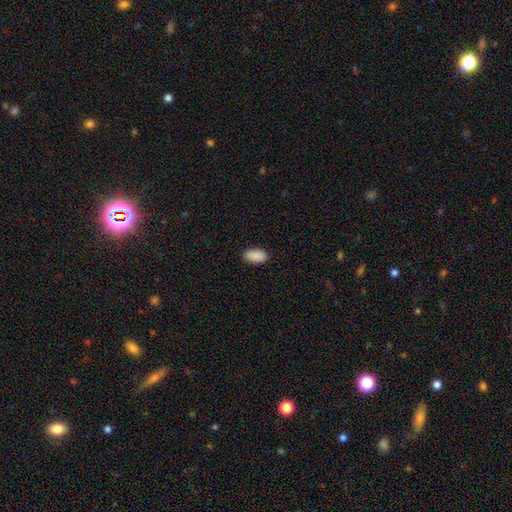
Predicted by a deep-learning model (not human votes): smooth 90%, star or artifact 7%, featured or disk 3%. Down the decision tree: how rounded — in between (94%); merging — none (89%).